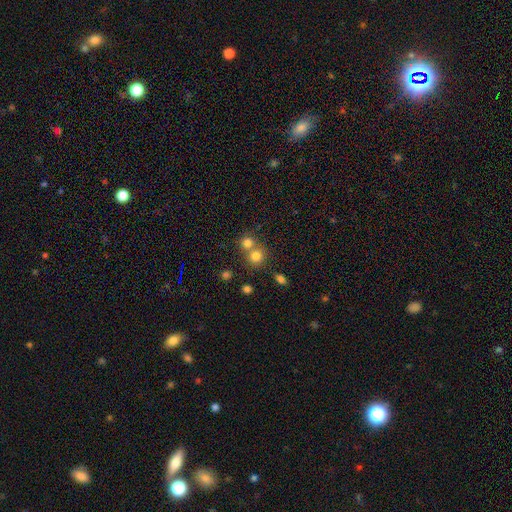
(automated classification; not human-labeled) This appears to be a smooth galaxy with no disk features (77%) that is round (86%). Merging: none (51%).